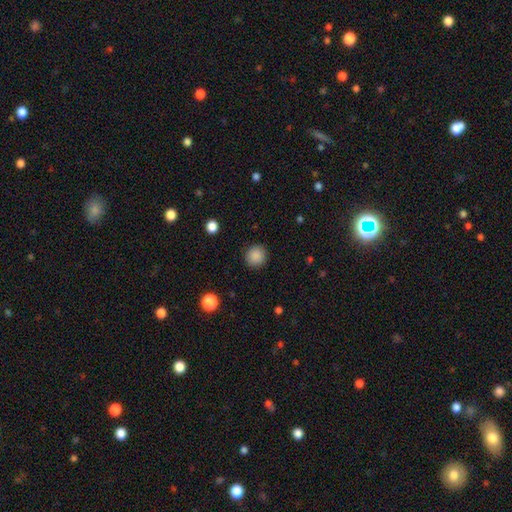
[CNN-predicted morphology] Smooth or featured?
  - smooth: 88% *
  - star or artifact: 9%
  - featured or disk: 3%
How rounded?
  - round: 92% *
  - in between: 7%
  - cigar-shaped: 1%
Merging?
  - none: 91% *
  - minor disturbance: 6%
  - major disturbance: 2%
  - merger: 1%